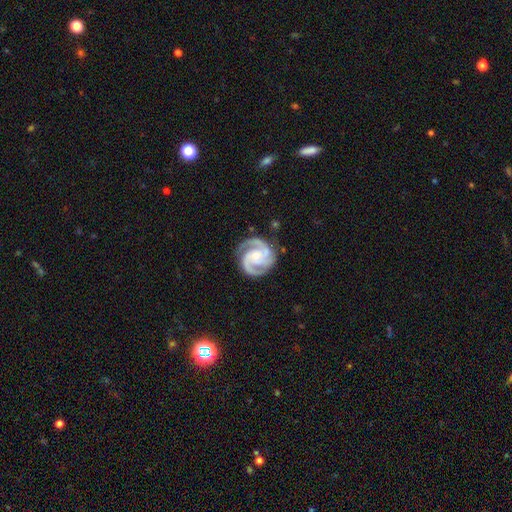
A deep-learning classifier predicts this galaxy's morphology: Smooth or featured: featured or disk — 94% (star or artifact — 3%)
Edge-on disk: no — 98% (yes — 2%)
Bar: no — 56% (weak — 30%)
Spiral arms: yes — 99% (no — 1%)
Spiral winding: tight — 51% (medium — 45%)
Spiral arm count: 3 — 59% (2 — 30%)
Bulge size: small — 57% (moderate — 39%)
Merging: none — 80% (minor disturbance — 15%)